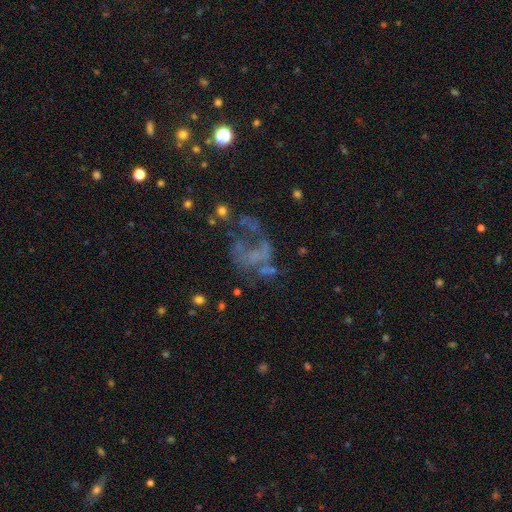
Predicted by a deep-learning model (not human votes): Overall: featured or disk (55%; star or artifact 25%). Edge-on disk: no (98%). Bar: no (88%). Spiral arms: no (79%). Bulge size: none (80%). Merging: major disturbance (41%; none 32%).